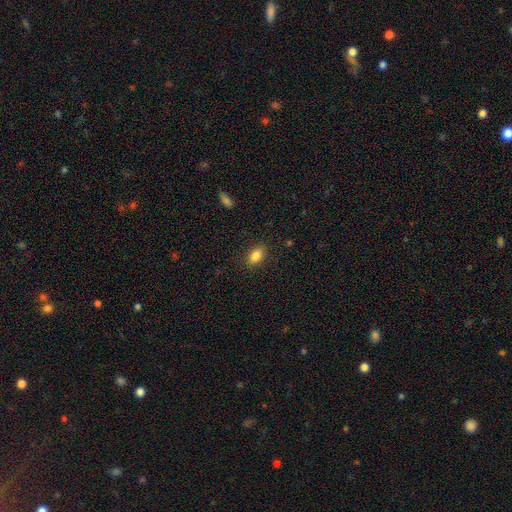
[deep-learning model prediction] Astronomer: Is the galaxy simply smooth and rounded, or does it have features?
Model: smooth — 85%.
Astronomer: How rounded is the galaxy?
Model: in between — 86%.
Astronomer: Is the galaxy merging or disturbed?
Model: none — 87%.